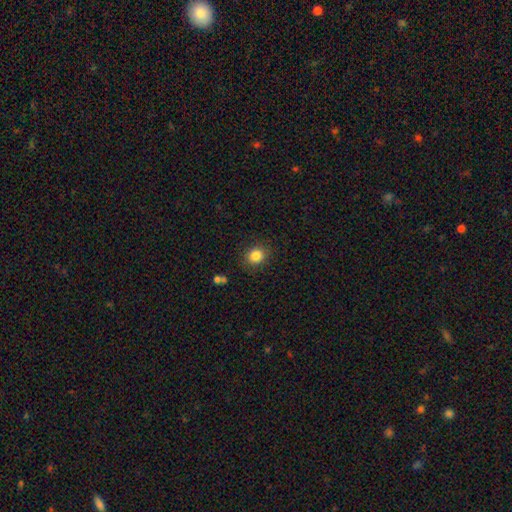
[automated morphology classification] Smooth or featured? smooth (84%)
How rounded? round (75%)
Merging? none (88%)